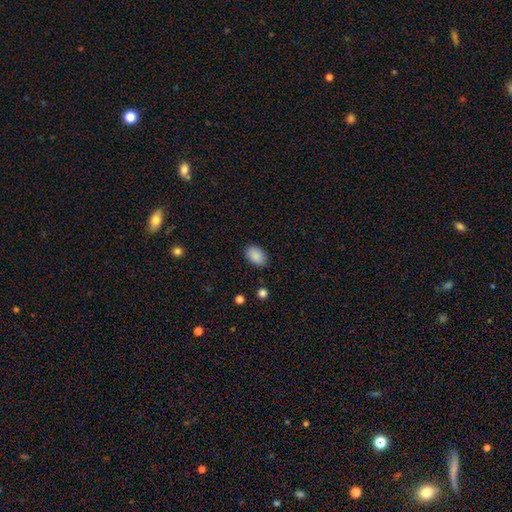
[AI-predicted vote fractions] Smooth or featured? smooth (89%)
How rounded? in between (87%)
Merging? none (84%)